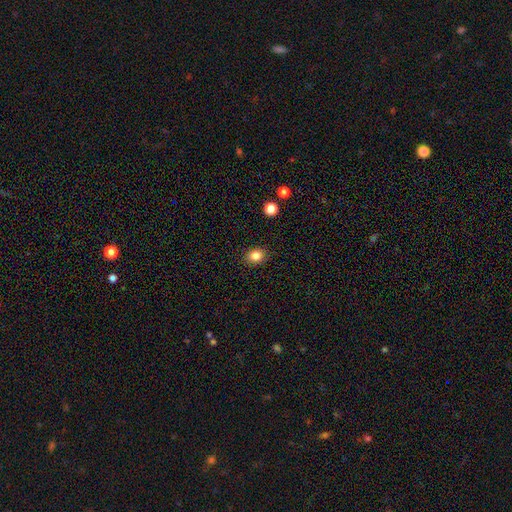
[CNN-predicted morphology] A smooth galaxy with no disk features (84%) that is in between round and cigar-shaped (50%). Merging: none (88%).